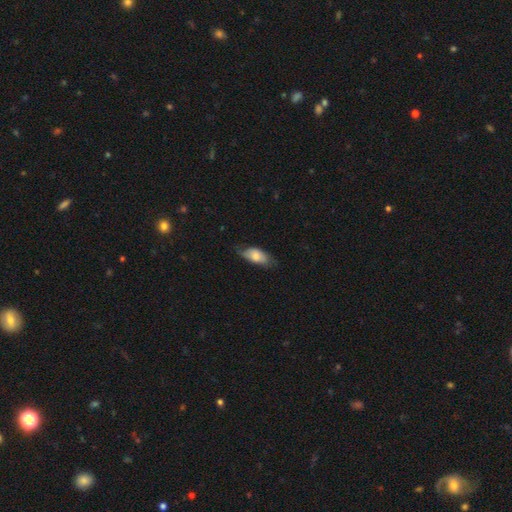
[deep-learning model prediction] Overall: smooth (71%). How rounded: in between (88%). Merging: none (60%; minor disturbance 31%).